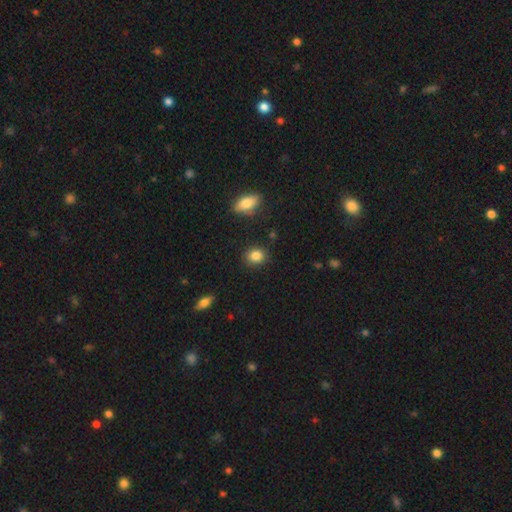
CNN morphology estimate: Smooth or featured? Predicted: smooth (p=0.86). How rounded? Predicted: round (p=0.59). Merging? Predicted: none (p=0.86).